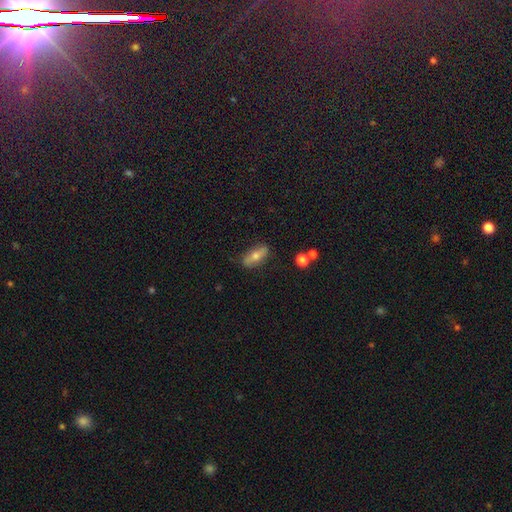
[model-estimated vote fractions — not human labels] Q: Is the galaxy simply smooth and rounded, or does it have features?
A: smooth — 52%.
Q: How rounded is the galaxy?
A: in between — 67%.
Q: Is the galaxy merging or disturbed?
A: none — 83%.